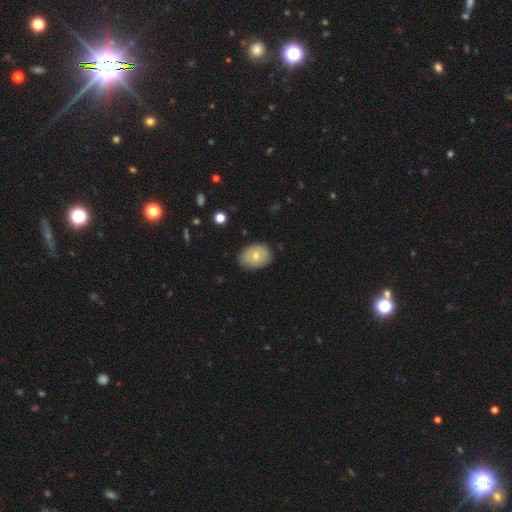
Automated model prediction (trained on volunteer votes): Morphology: type=smooth (66%); roundness=in between (67%); merging=none (80%).